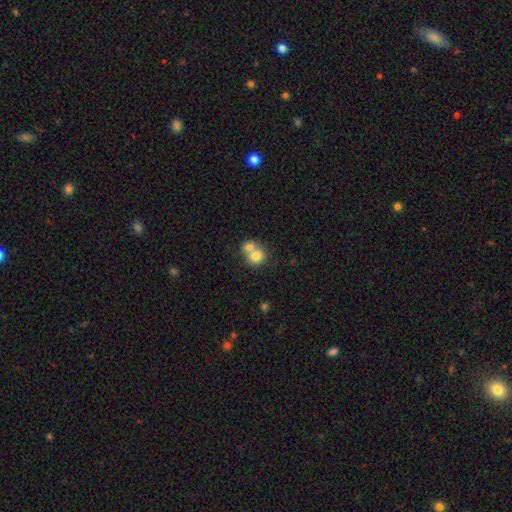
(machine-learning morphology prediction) Q: Smooth or featured?
A: smooth (74%); runner-up: featured or disk (17%)
Q: How rounded?
A: round (75%); runner-up: in between (24%)
Q: Merging?
A: merger (65%); runner-up: none (27%)